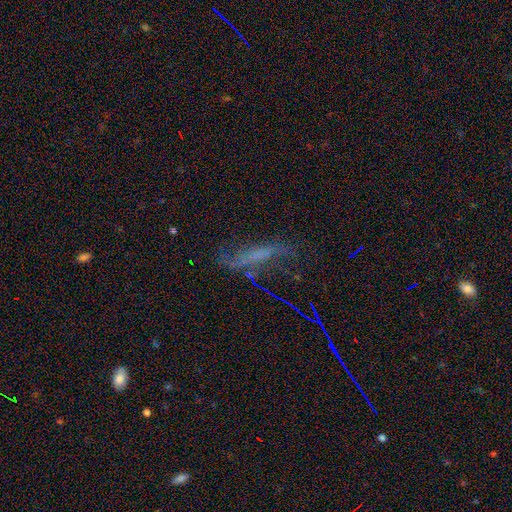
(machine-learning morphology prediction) A featured or disk galaxy (45%).

Vote fractions:
- Smooth or featured? featured or disk: 45% / smooth: 30% / star or artifact: 24%
- Merging? none: 51% / minor disturbance: 23% / major disturbance: 21% / merger: 5%